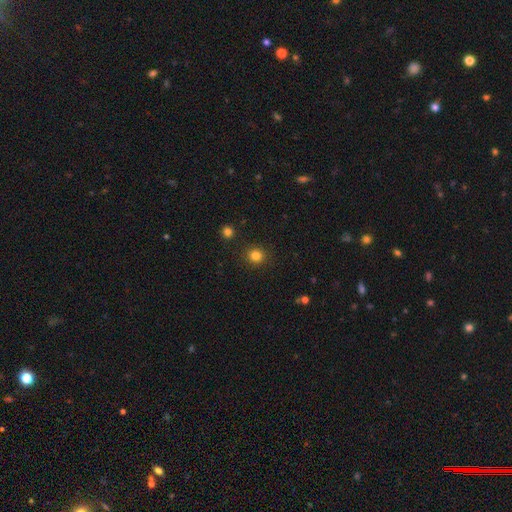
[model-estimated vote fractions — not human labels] smooth-or-featured: smooth: 82% | star or artifact: 13% | featured or disk: 5%
  how-rounded: round: 91% | in between: 8% | cigar-shaped: 1%
  merging: none: 90% | minor disturbance: 6% | major disturbance: 2% | merger: 2%